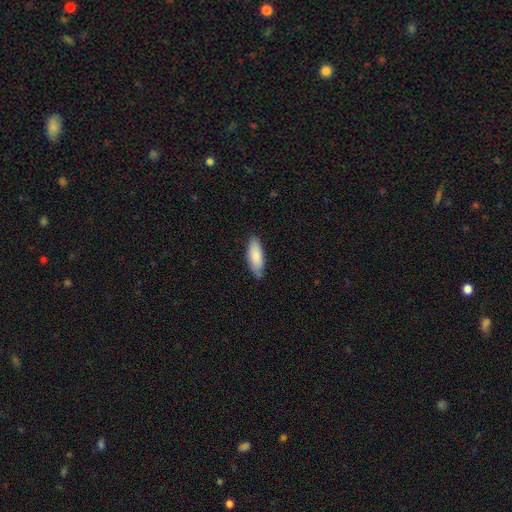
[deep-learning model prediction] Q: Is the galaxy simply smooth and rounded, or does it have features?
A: smooth — 86%.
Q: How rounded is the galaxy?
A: in between — 69%.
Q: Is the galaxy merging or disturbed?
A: none — 80%.